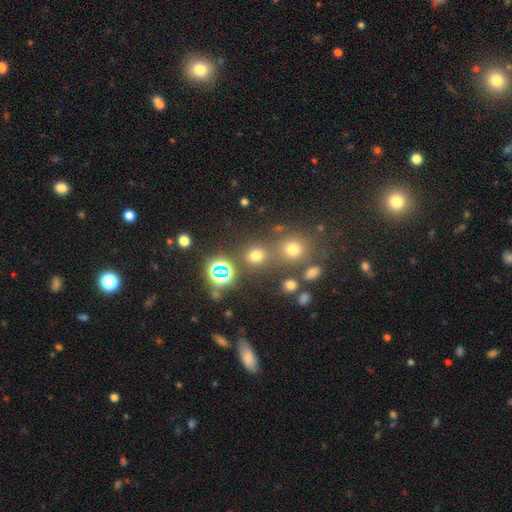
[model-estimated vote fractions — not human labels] Smooth or featured? Predicted: smooth (p=0.63). How rounded? Predicted: round (p=0.84). Merging? Predicted: none (p=0.69).